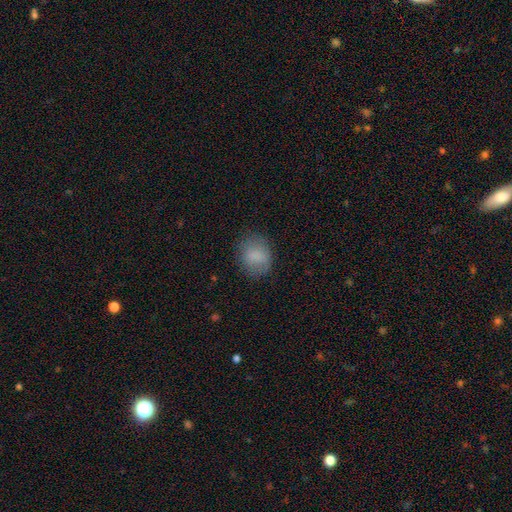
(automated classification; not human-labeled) smooth-or-featured: smooth: 83% | featured or disk: 9% | star or artifact: 8%
  how-rounded: round: 54% | in between: 45% | cigar-shaped: 1%
  merging: none: 76% | minor disturbance: 17% | major disturbance: 6% | merger: 1%